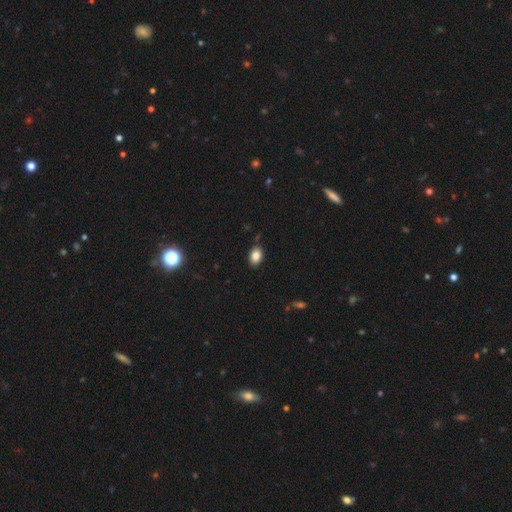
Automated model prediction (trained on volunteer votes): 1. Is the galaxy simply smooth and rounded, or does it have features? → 85% smooth, 9% star or artifact, 6% featured or disk.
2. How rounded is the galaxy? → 84% in between, 15% round, 1% cigar-shaped.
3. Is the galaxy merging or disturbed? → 83% none, 13% minor disturbance, 2% major disturbance, 2% merger.